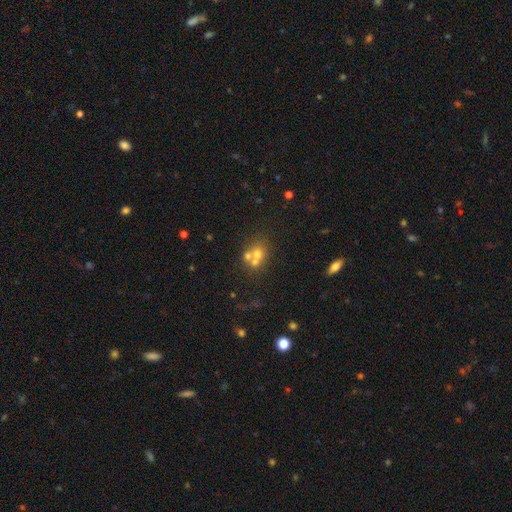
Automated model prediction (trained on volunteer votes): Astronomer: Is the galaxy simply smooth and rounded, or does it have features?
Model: smooth — 55%.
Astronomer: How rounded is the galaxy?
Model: round — 72%.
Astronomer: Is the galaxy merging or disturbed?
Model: merger — 50% (runner-up: none, 36%).